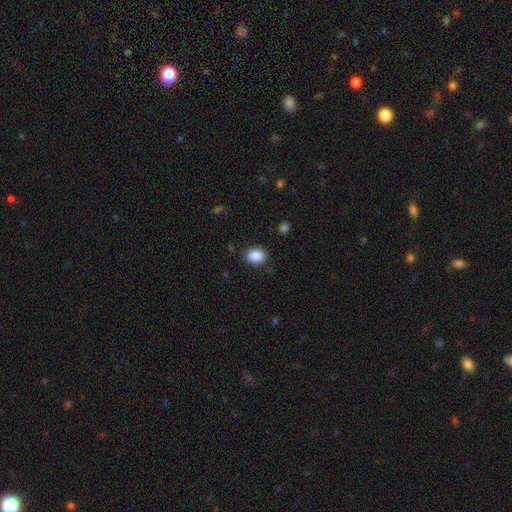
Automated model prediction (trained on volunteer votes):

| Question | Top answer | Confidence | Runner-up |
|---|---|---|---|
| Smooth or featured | smooth | 88% | star or artifact (9%) |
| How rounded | in between | 50% | round (49%) |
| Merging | none | 86% | minor disturbance (10%) |